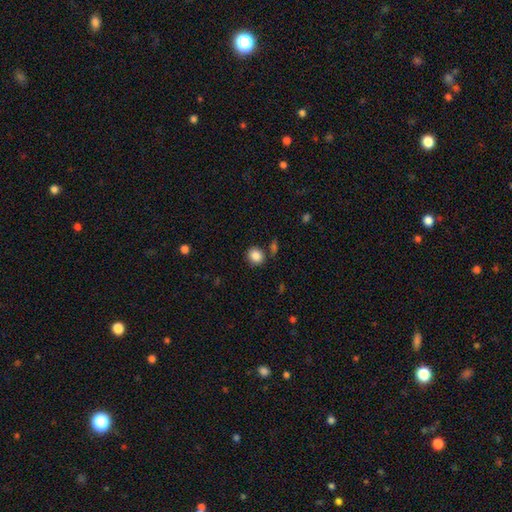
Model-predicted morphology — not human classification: smooth 86%, star or artifact 9%, featured or disk 5%. Down the decision tree: how rounded — round (69%); merging — none (78%).